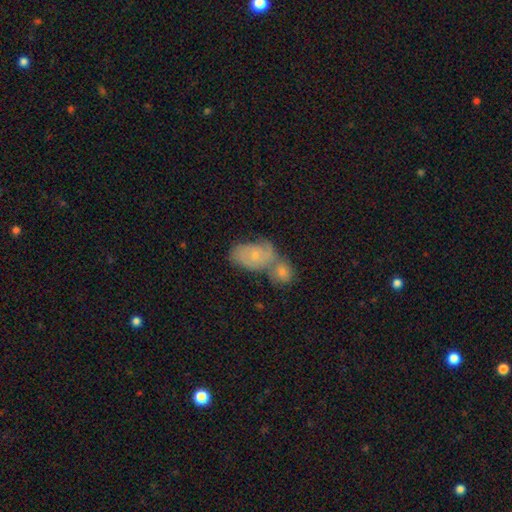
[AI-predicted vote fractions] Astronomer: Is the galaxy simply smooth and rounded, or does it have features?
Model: smooth — 45%, tied with featured or disk at 45%.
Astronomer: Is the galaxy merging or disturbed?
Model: merger — 56%.